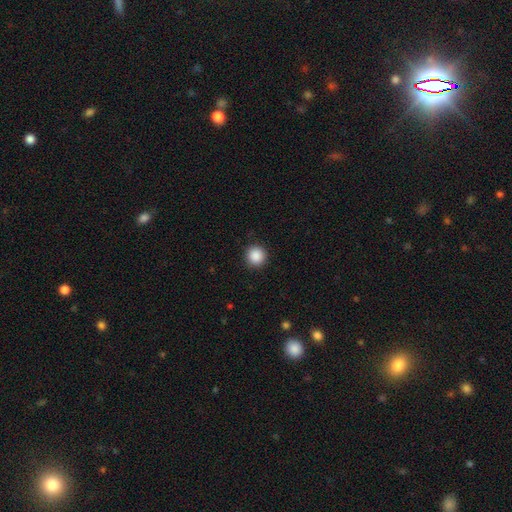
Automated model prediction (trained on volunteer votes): Smooth or featured? smooth (88%)
How rounded? round (95%)
Merging? none (92%)